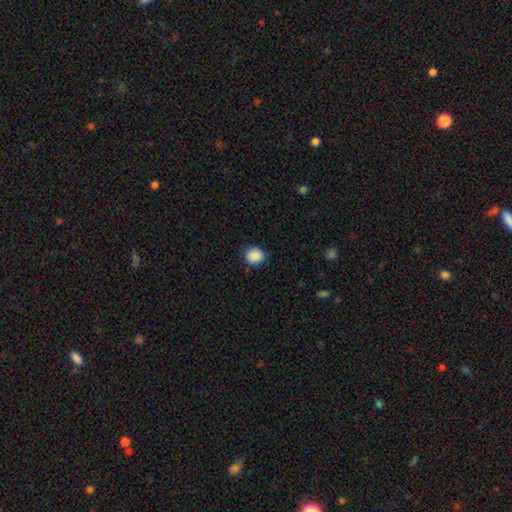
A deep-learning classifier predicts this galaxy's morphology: Smooth or featured: smooth — 89% (star or artifact — 8%)
How rounded: round — 76% (in between — 23%)
Merging: none — 86% (minor disturbance — 11%)